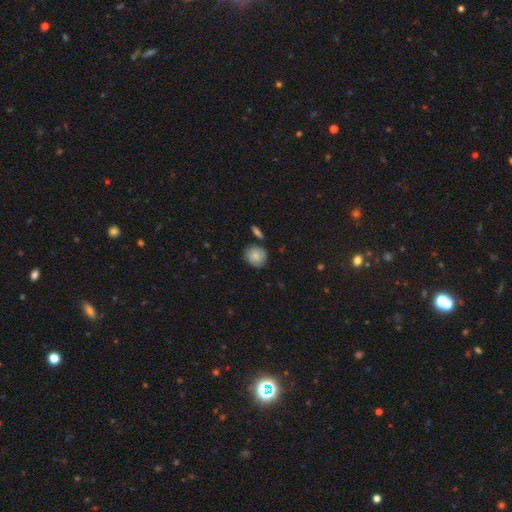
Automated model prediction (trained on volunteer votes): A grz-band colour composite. It shows a smooth galaxy with no disk features (82%) that is round (84%). Merging: none (76%).